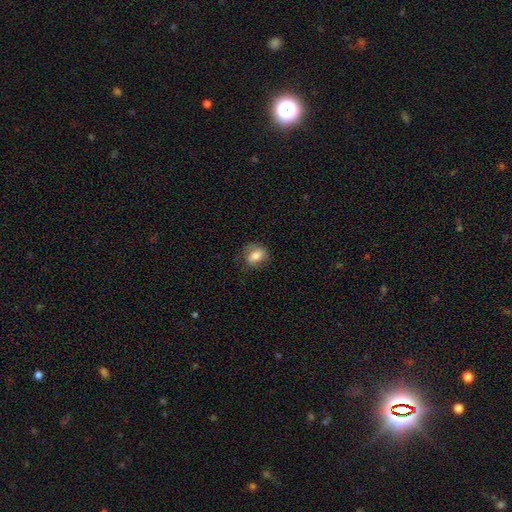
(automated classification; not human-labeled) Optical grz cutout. It shows a smooth galaxy with no disk features (71%) that is in between round and cigar-shaped (70%). Merging: none (67%).